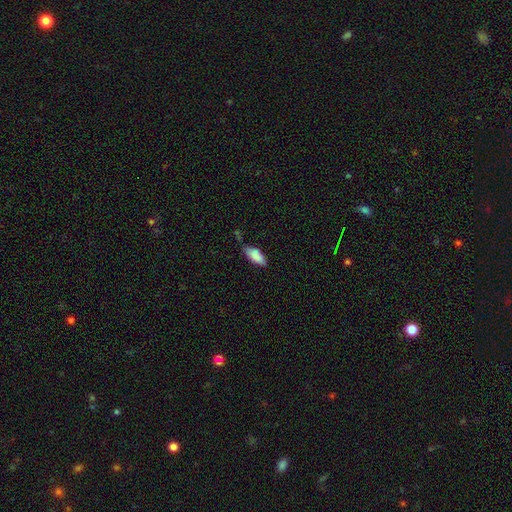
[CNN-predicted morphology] smooth_or_featured: smooth (p=0.86) [alt: featured or disk p=0.08]
how_rounded: in between (p=0.78) [alt: cigar-shaped p=0.20]
merging: none (p=0.58) [alt: minor disturbance p=0.30]